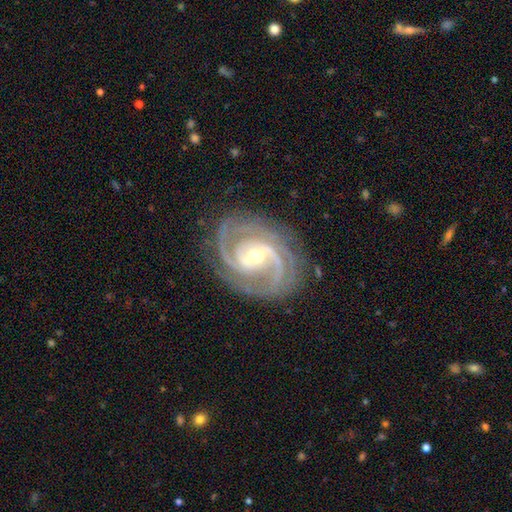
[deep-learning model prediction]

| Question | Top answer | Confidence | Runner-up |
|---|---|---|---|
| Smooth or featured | featured or disk | 93% | star or artifact (4%) |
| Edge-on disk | no | 98% | yes (2%) |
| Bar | weak | 44% | strong (31%) |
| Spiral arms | yes | 99% | no (1%) |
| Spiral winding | tight | 49% | medium (44%) |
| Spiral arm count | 2 | 54% | 3 (27%) |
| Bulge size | moderate | 54% | small (42%) |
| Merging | none | 80% | minor disturbance (14%) |